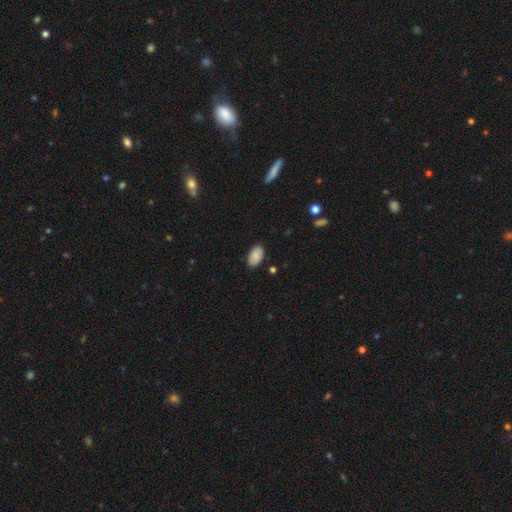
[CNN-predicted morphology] type=smooth (84%); roundness=in between (94%); merging=none (84%).